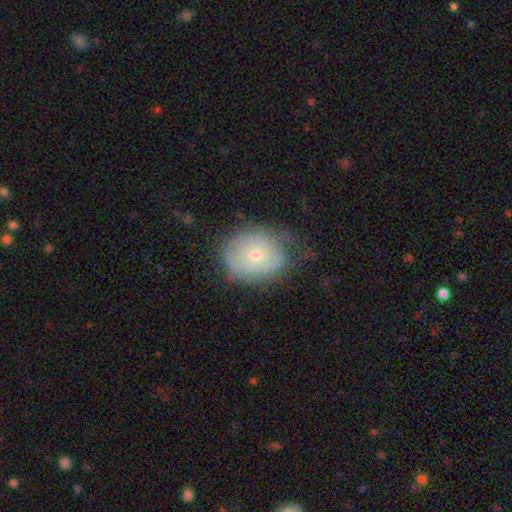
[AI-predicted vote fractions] The model was most divided on "smooth or featured" (2-way tie): smooth: 46%, featured or disk: 46%, star or artifact: 8%. More confident: merging — none (54%).